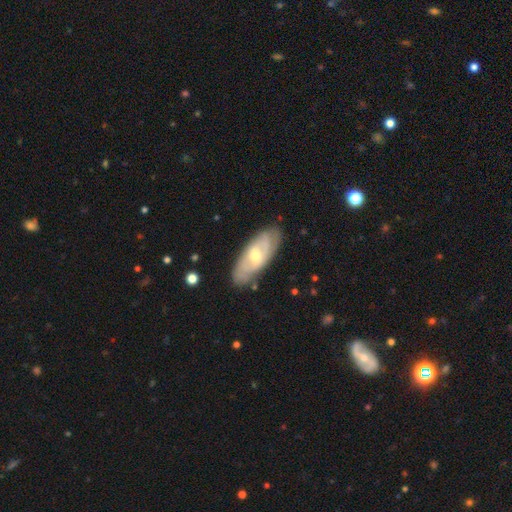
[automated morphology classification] type=featured or disk (64%); edge-on=no (84%); bar=no (47%); spiral arms=yes (68%); bulge=moderate (61%); merging=none (79%).